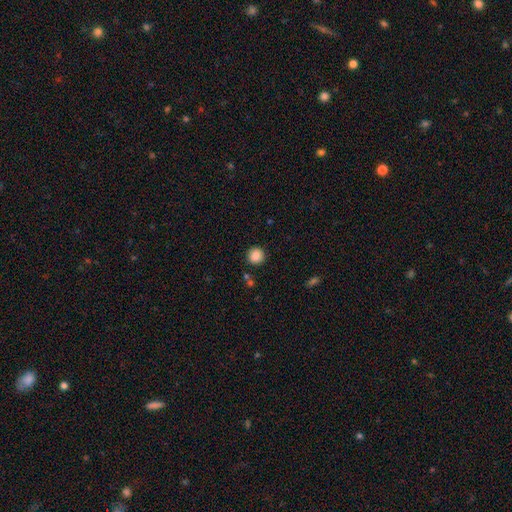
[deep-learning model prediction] This appears to be a smooth galaxy with no disk features (87%) that is round (93%). Merging: none (89%).